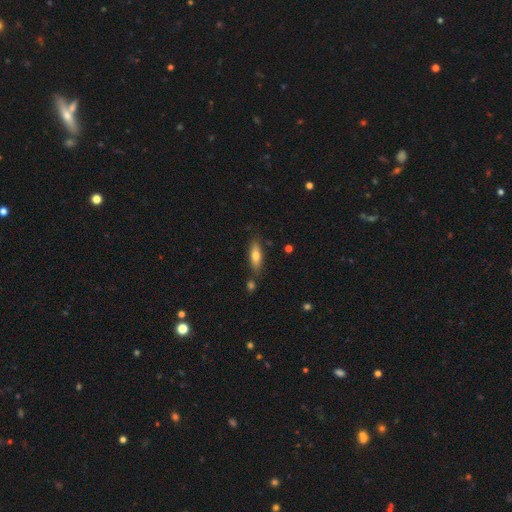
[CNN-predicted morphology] The model was most divided on "how rounded": cigar-shaped: 52%, in between: 46%, round: 2%. More confident: merging — none (76%); smooth or featured — smooth (69%).